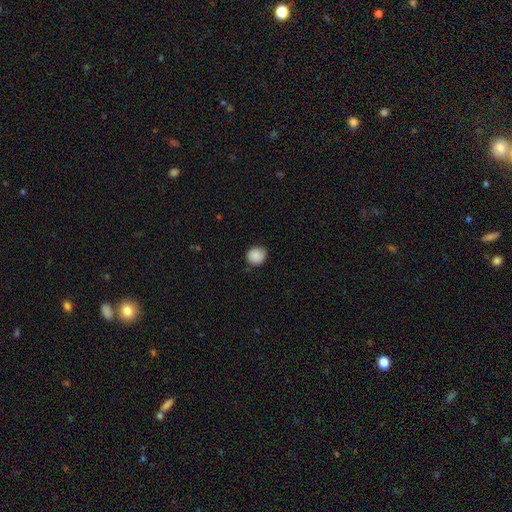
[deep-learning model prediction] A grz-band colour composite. It shows a smooth galaxy with no disk features (88%) that is round (87%). Merging: none (85%).